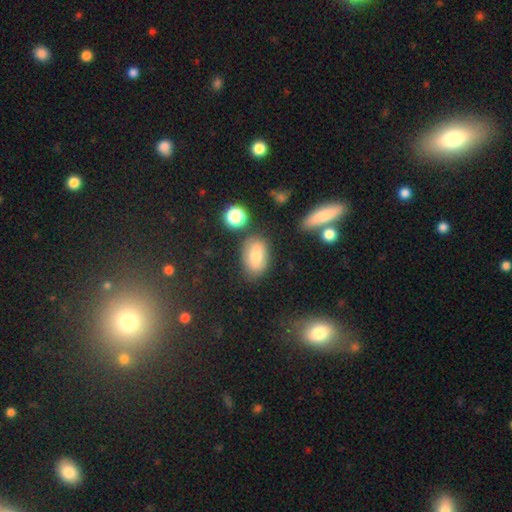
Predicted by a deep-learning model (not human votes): Morphology: type=smooth (73%); roundness=in between (88%); merging=none (77%).